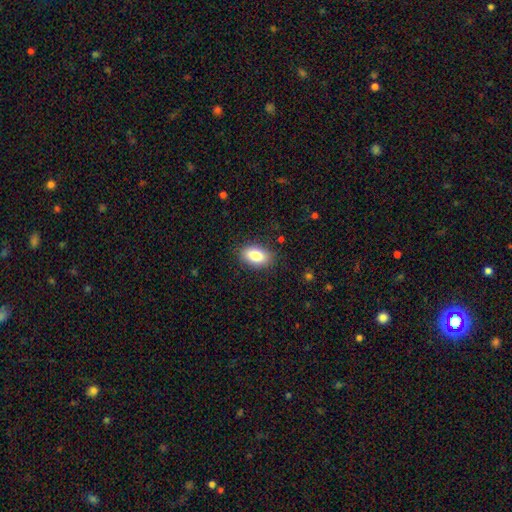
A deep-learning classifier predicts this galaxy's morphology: smooth_or_featured: smooth (p=0.83) [alt: featured or disk p=0.10]
how_rounded: in between (p=0.91) [alt: round p=0.07]
merging: none (p=0.85) [alt: minor disturbance p=0.11]